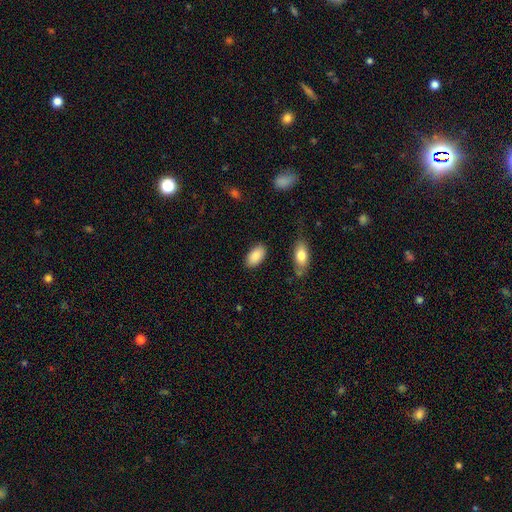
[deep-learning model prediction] Smooth or featured?
  - smooth: 88% *
  - star or artifact: 6%
  - featured or disk: 6%
How rounded?
  - in between: 95% *
  - round: 3%
  - cigar-shaped: 2%
Merging?
  - none: 85% *
  - minor disturbance: 10%
  - major disturbance: 3%
  - merger: 2%